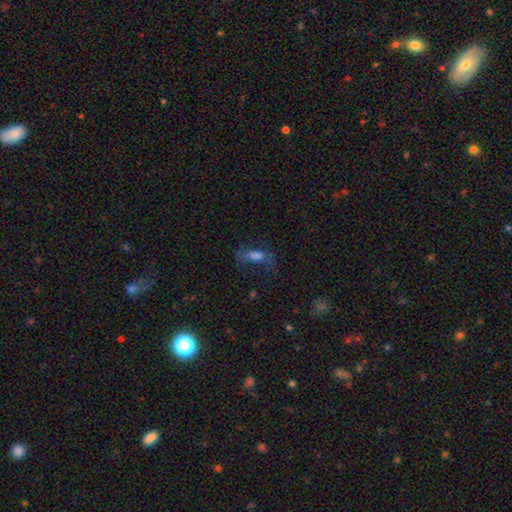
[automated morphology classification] This appears to be a smooth galaxy with no disk features (47%). Merging: none (50%).